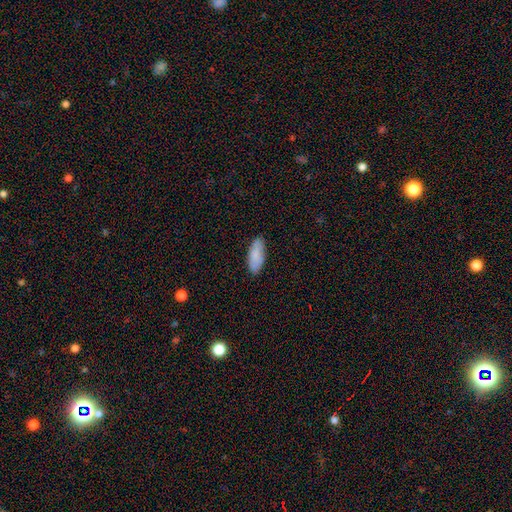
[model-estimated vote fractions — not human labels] This is clearly a smooth galaxy (86%). How rounded: likely in between (78%). Merging: clearly none (85%).